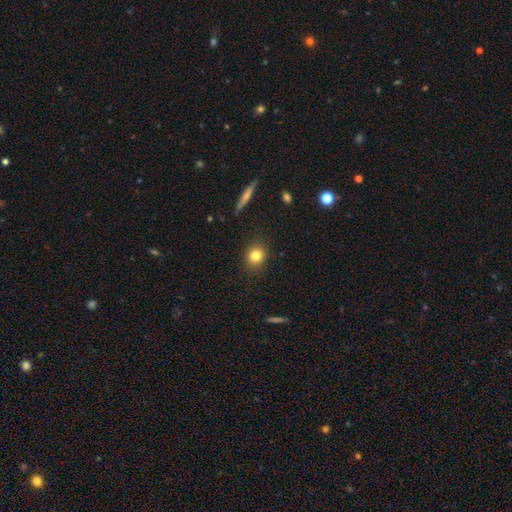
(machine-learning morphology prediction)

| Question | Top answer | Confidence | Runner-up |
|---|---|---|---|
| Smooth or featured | smooth | 82% | star or artifact (11%) |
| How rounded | round | 76% | in between (23%) |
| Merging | none | 88% | minor disturbance (8%) |